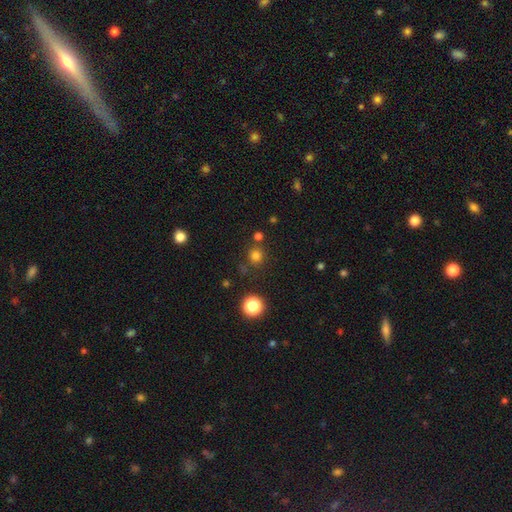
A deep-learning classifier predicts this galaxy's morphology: Smooth or featured: smooth — 76% (star or artifact — 19%)
How rounded: round — 92% (in between — 7%)
Merging: none — 79% (merger — 9%)